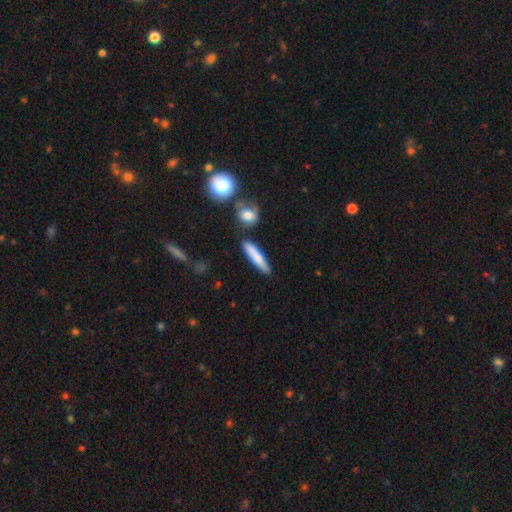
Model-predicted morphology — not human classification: smooth 75%, featured or disk 19%, star or artifact 6%. Down the decision tree: how rounded — cigar-shaped (82%); merging — none (80%).